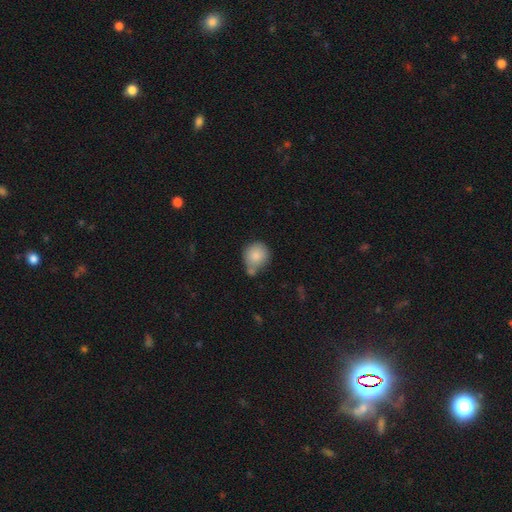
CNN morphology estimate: Q: Smooth or featured?
A: smooth (85%); runner-up: star or artifact (8%)
Q: How rounded?
A: round (80%); runner-up: in between (19%)
Q: Merging?
A: none (50%); runner-up: merger (25%)